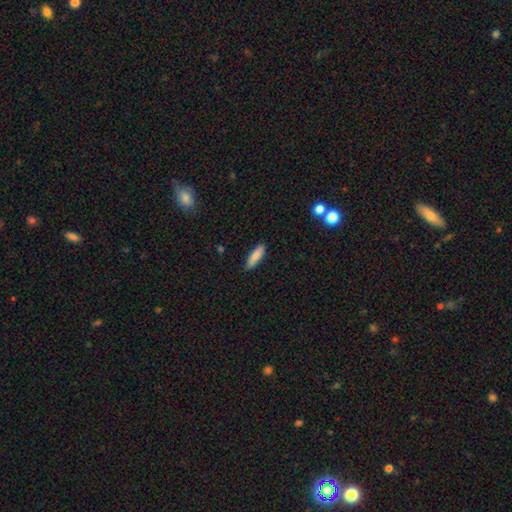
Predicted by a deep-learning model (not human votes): This appears to be a smooth galaxy with no disk features (85%) that is cigar-shaped (62%). Merging: none (86%).